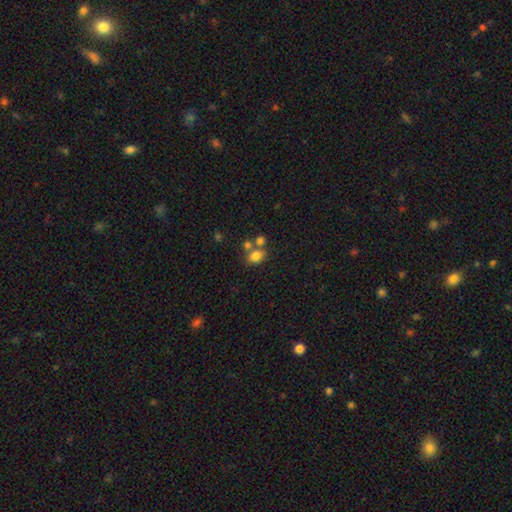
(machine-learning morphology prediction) Overall: smooth (77%). How rounded: in between (59%; round 40%). Merging: none (52%; merger 32%).